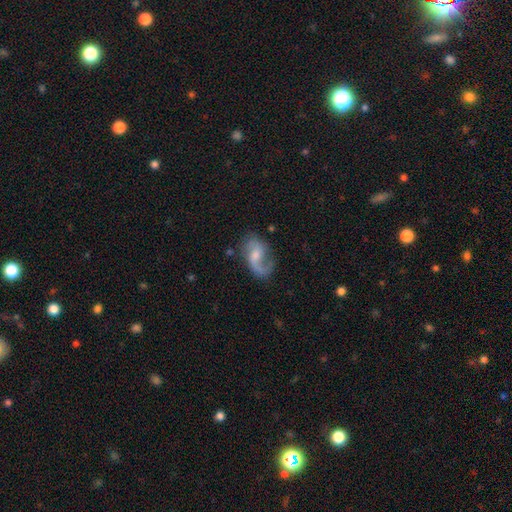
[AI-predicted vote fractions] Overall: featured or disk (77%). Edge-on disk: no (97%). Bar: no (47%; weak 45%). Spiral arms: yes (92%). Spiral arm count: 2 (57%; 1 36%). Spiral winding: loose (55%; medium 35%). Bulge size: moderate (47%; small 35%). Merging: none (54%; minor disturbance 22%).